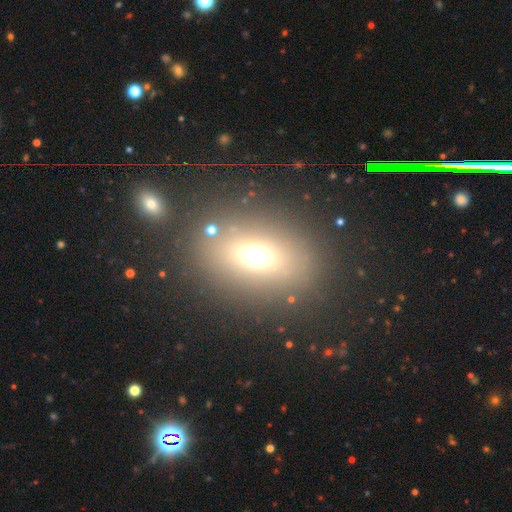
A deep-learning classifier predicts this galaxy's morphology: Q: Smooth or featured?
A: smooth (62%); runner-up: star or artifact (23%)
Q: How rounded?
A: in between (61%); runner-up: round (36%)
Q: Merging?
A: none (79%); runner-up: minor disturbance (9%)